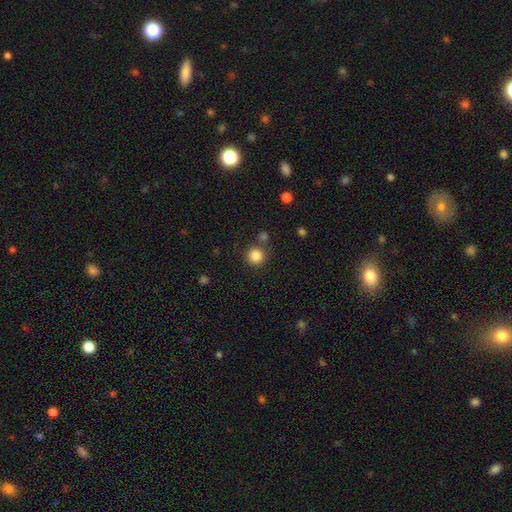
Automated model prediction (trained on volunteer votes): This appears to be a smooth galaxy with no disk features (84%) that is round (94%). Merging: none (80%).